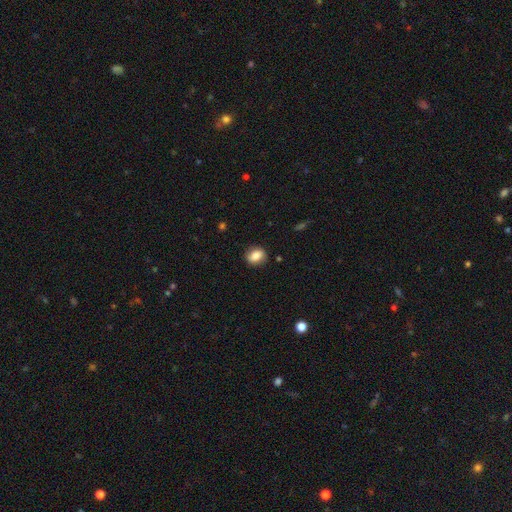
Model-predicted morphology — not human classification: A smooth galaxy with no disk features (78%) that is in between round and cigar-shaped (54%).

Vote fractions:
- Smooth or featured? smooth: 78% / featured or disk: 13% / star or artifact: 9%
- How rounded? in between: 54% / round: 44% / cigar-shaped: 2%
- Merging? none: 84% / minor disturbance: 12% / major disturbance: 3% / merger: 1%